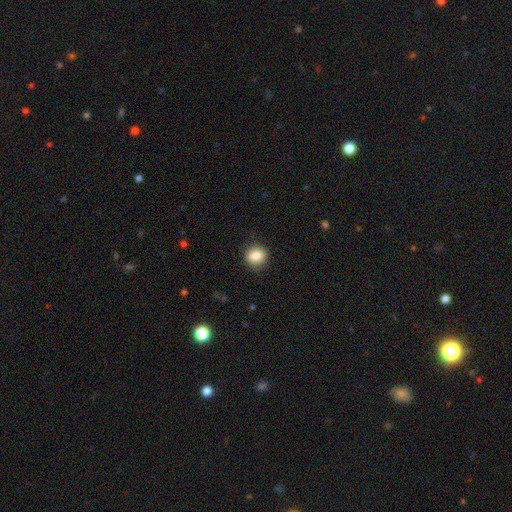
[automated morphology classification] A smooth galaxy with no disk features (85%) that is round (68%). Merging: none (86%).